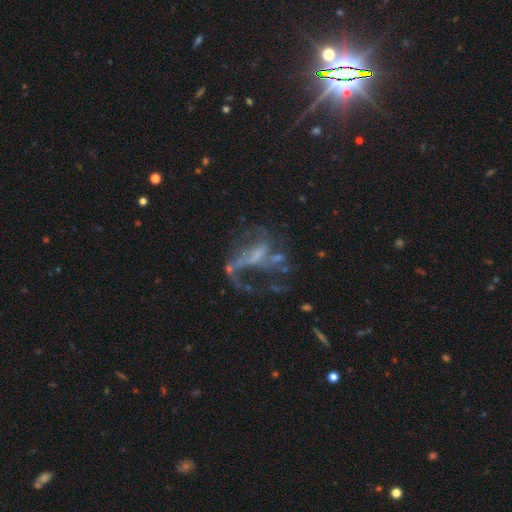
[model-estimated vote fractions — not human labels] A featured or disk galaxy (71%) with no bar (37%), spiral arms (61%) and no central bulge (57%). Merging: major disturbance (48%).